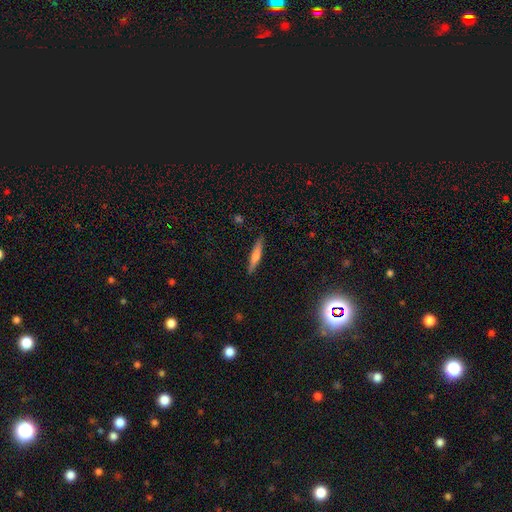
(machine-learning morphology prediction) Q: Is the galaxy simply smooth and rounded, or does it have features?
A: smooth — 57%.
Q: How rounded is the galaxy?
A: cigar-shaped — 89%.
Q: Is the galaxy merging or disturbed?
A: none — 89%.